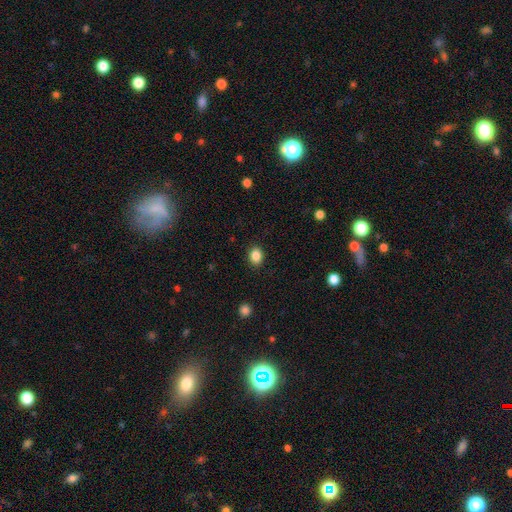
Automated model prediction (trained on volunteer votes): This is clearly a smooth galaxy (87%). How rounded: possibly in between (52%). Merging: clearly none (89%).